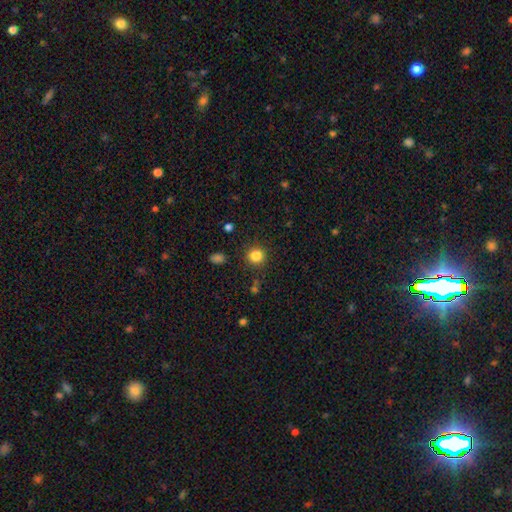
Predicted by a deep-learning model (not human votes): Q: Smooth or featured?
A: smooth (84%); runner-up: star or artifact (12%)
Q: How rounded?
A: round (89%); runner-up: in between (10%)
Q: Merging?
A: none (88%); runner-up: minor disturbance (7%)